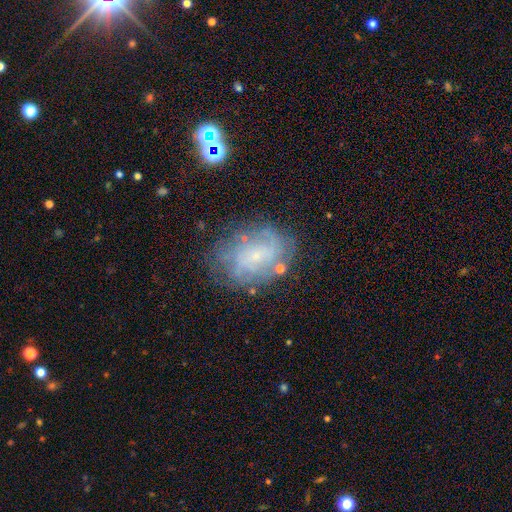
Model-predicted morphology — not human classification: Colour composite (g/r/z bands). It shows a featured or disk galaxy (65%) with no bar (69%), spiral arms (79%) and a small central bulge (78%). Merging: none (67%).